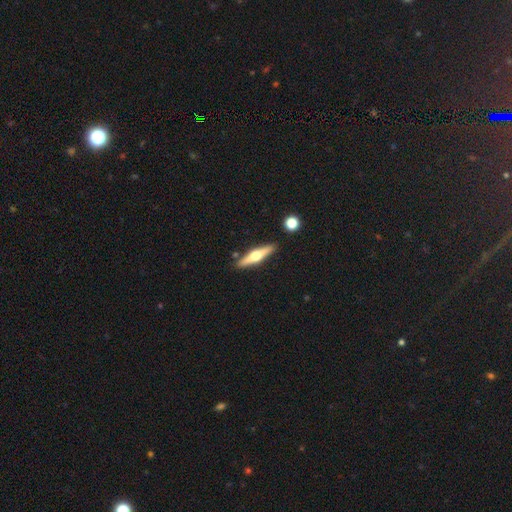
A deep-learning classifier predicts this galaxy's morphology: A featured or disk galaxy (61%) viewed edge-on (96%) with a rounded central bulge (94%). Merging: none (87%).